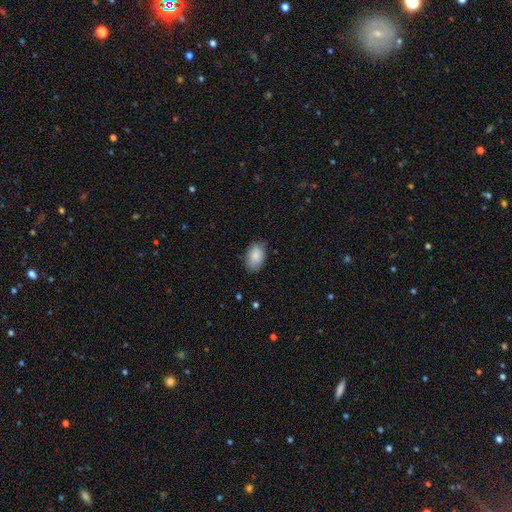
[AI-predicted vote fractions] Smooth or featured? Predicted: smooth (p=0.85). How rounded? Predicted: in between (p=0.89). Merging? Predicted: none (p=0.71).